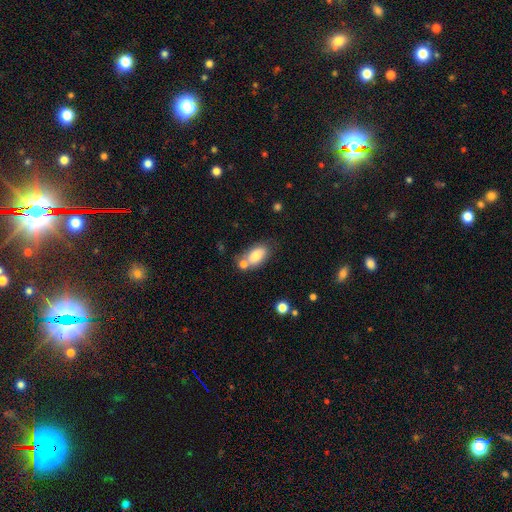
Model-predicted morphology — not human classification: smooth_or_featured: smooth (p=0.80) [alt: featured or disk p=0.12]
how_rounded: in between (p=0.90) [alt: round p=0.07]
merging: none (p=0.52) [alt: merger p=0.28]